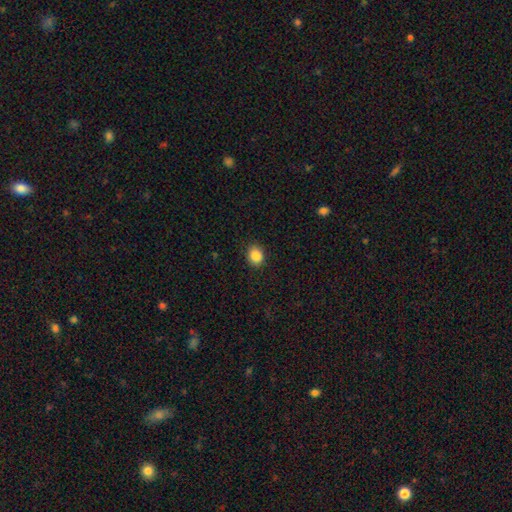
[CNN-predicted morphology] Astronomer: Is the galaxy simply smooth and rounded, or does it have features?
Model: smooth — 87%.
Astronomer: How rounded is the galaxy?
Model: round — 63%.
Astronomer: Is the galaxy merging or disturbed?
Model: none — 88%.